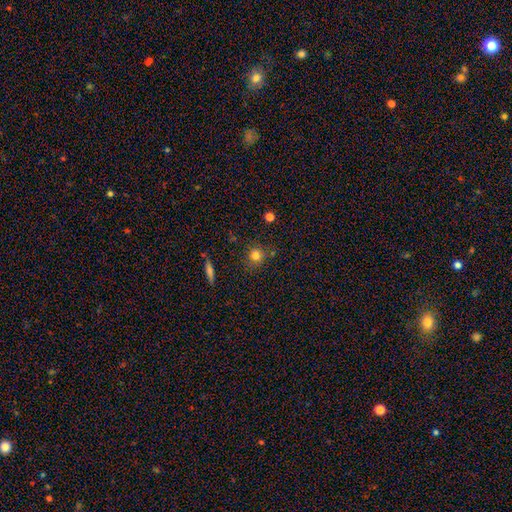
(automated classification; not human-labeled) Smooth or featured: smooth — 79% (star or artifact — 13%)
How rounded: round — 86% (in between — 12%)
Merging: none — 79% (minor disturbance — 13%)